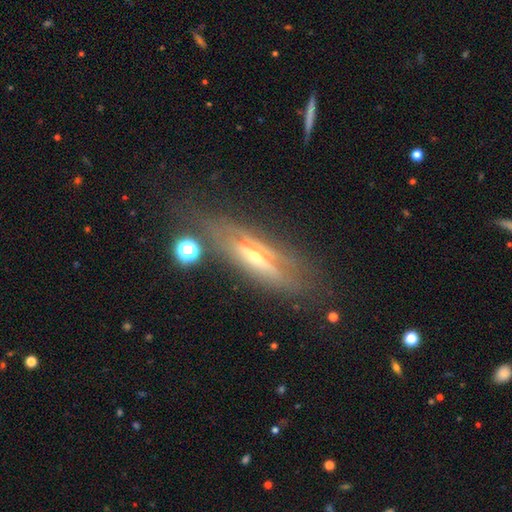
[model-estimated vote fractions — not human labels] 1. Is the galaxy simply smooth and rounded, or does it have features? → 75% featured or disk, 16% smooth, 9% star or artifact.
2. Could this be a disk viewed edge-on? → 80% yes, 20% no.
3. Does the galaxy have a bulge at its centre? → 81% rounded, 14% none, 5% boxy.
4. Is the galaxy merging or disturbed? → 73% none, 16% minor disturbance, 8% major disturbance, 3% merger.